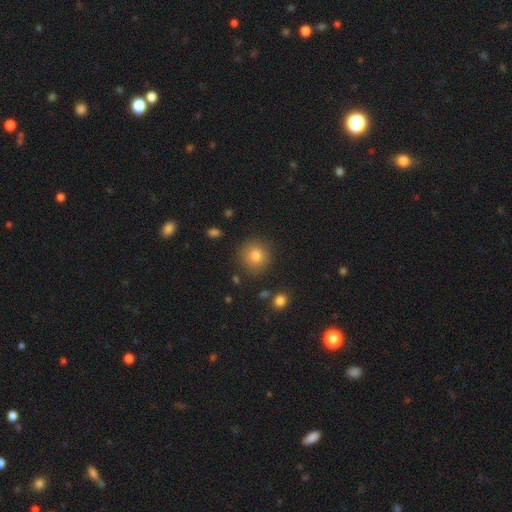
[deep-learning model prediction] The model was most divided on "smooth or featured": smooth: 81%, star or artifact: 11%, featured or disk: 8%. More confident: how rounded — round (92%); merging — none (87%).